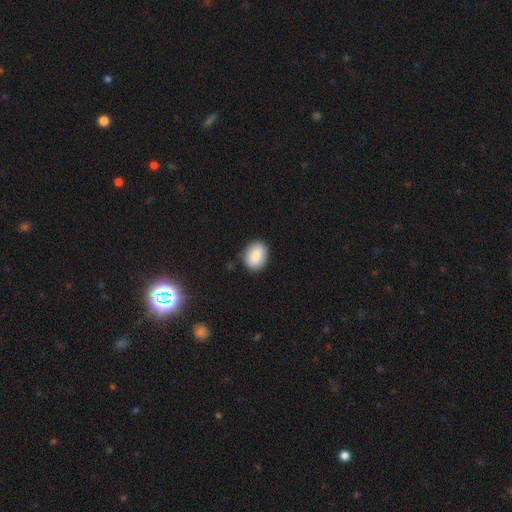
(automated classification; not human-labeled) Smooth or featured?
  - smooth: 84% *
  - featured or disk: 9%
  - star or artifact: 7%
How rounded?
  - in between: 62% *
  - round: 37%
  - cigar-shaped: 1%
Merging?
  - none: 86% *
  - minor disturbance: 10%
  - major disturbance: 2%
  - merger: 1%